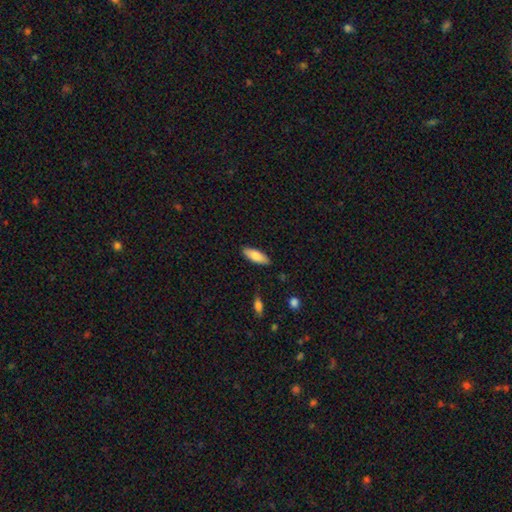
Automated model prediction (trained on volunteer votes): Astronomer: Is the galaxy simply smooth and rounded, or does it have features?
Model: smooth — 80%.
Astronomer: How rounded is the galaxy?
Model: in between — 70%.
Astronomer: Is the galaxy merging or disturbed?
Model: none — 86%.